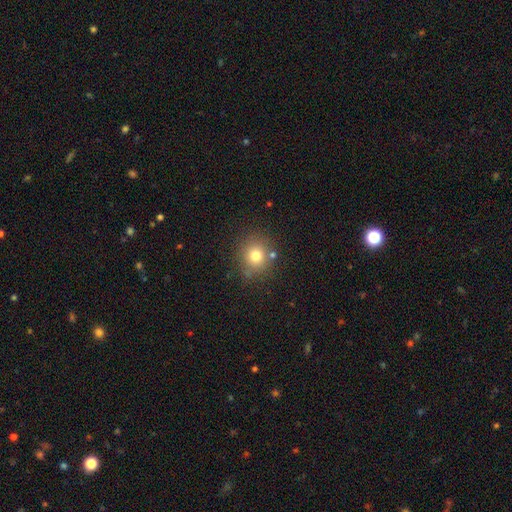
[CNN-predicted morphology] This appears to be a smooth galaxy with no disk features (75%) that is round (85%). Merging: none (78%).